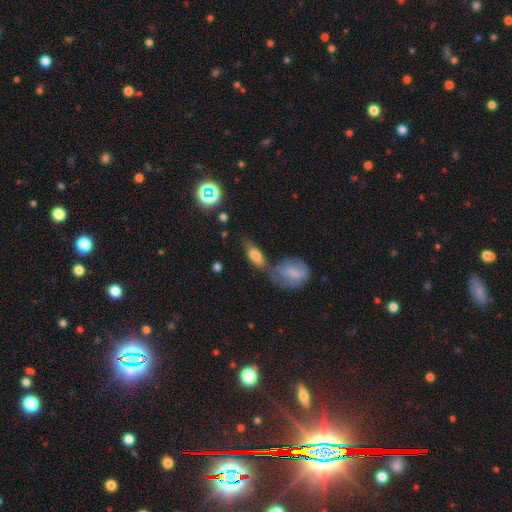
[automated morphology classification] Smooth or featured: smooth — 71% (featured or disk — 19%)
How rounded: in between — 76% (cigar-shaped — 18%)
Merging: none — 46% (merger — 27%)